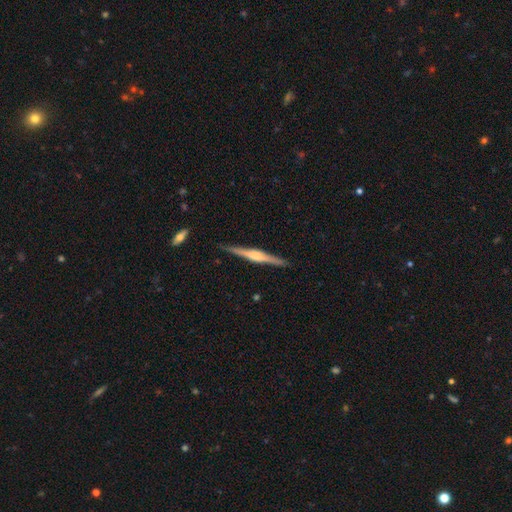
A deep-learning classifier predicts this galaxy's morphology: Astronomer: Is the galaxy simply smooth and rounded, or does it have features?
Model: featured or disk — 76%.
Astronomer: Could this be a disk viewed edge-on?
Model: yes — 98%.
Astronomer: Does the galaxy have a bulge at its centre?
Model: rounded — 75%.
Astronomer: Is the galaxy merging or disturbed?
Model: none — 90%.